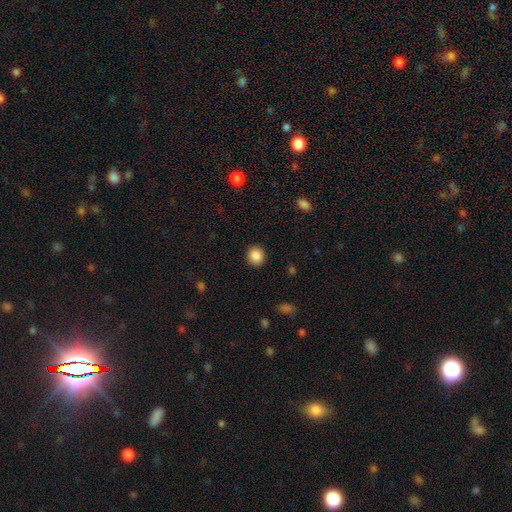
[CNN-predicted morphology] Overall: smooth (87%). How rounded: round (85%). Merging: none (91%).